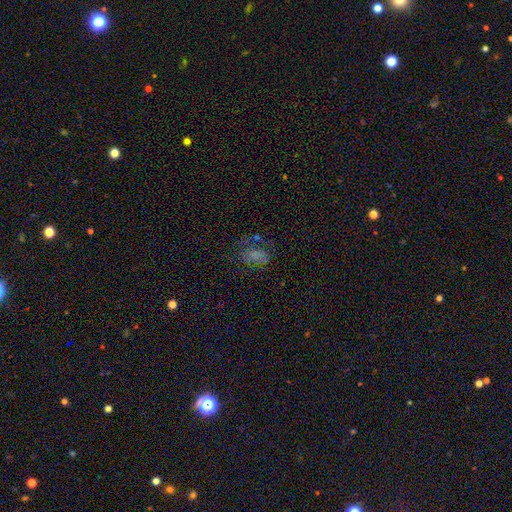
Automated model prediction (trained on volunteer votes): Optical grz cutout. It shows a smooth galaxy with no disk features (54%) that is in between round and cigar-shaped (78%). Merging: none (45%).